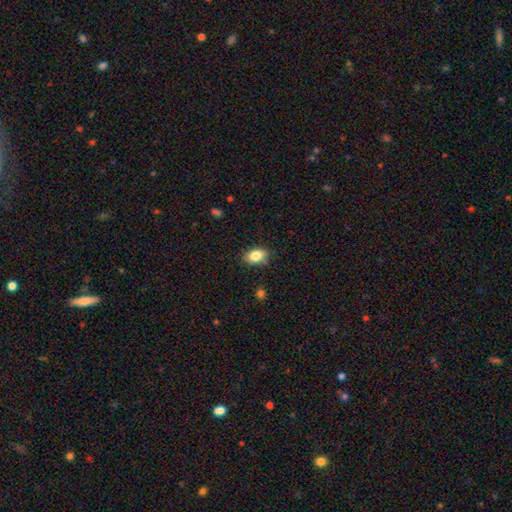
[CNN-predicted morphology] Smooth or featured? Predicted: smooth (p=0.84). How rounded? Predicted: in between (p=0.81). Merging? Predicted: none (p=0.81).